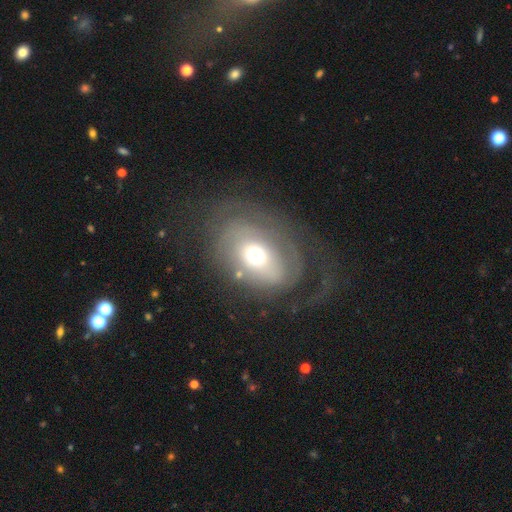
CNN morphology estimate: This is possibly a featured or disk galaxy (47%). Merging: possibly none (49%).